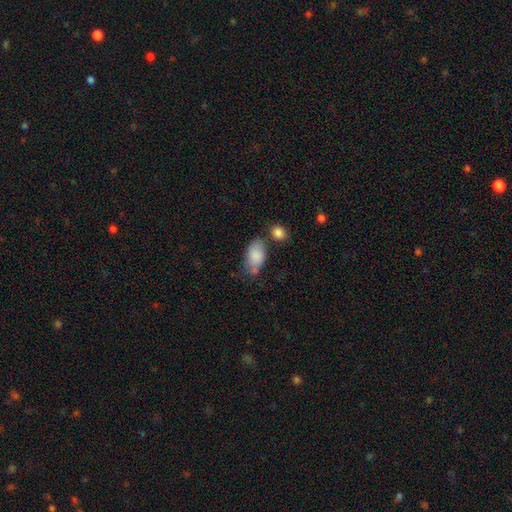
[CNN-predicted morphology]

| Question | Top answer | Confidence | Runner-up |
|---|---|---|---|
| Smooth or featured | smooth | 85% | featured or disk (9%) |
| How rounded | in between | 92% | round (6%) |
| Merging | none | 51% | minor disturbance (26%) |